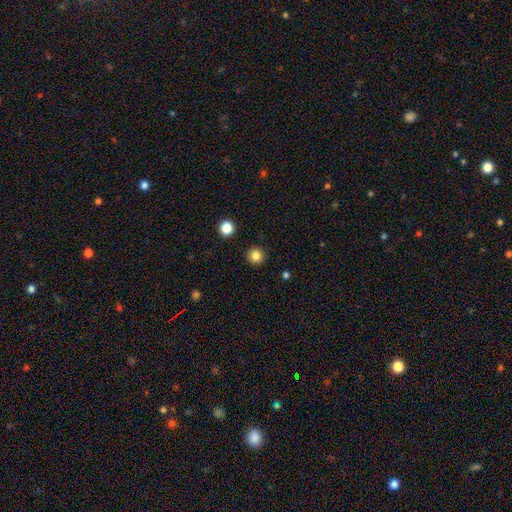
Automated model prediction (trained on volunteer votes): smooth 83%, star or artifact 12%, featured or disk 5%. Down the decision tree: how rounded — round (95%); merging — none (93%).